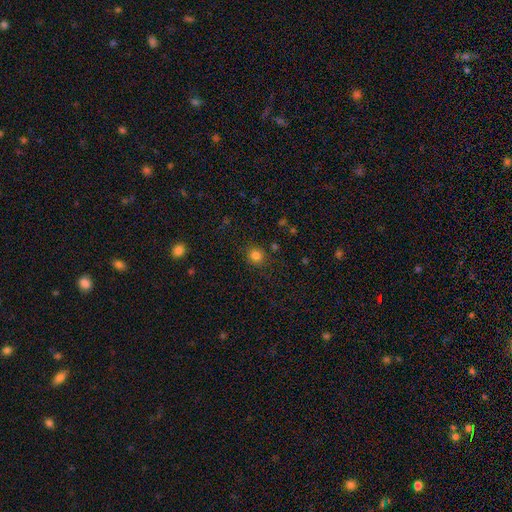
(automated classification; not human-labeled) Morphology: type=smooth (82%); roundness=round (85%); merging=none (85%).